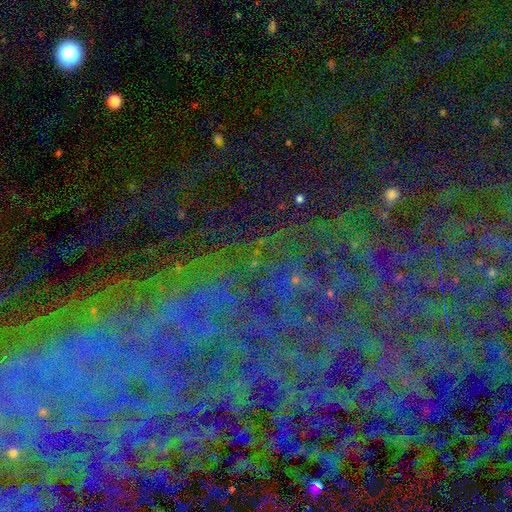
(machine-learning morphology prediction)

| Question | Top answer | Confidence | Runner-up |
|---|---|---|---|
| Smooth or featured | star or artifact | 71% | featured or disk (16%) |